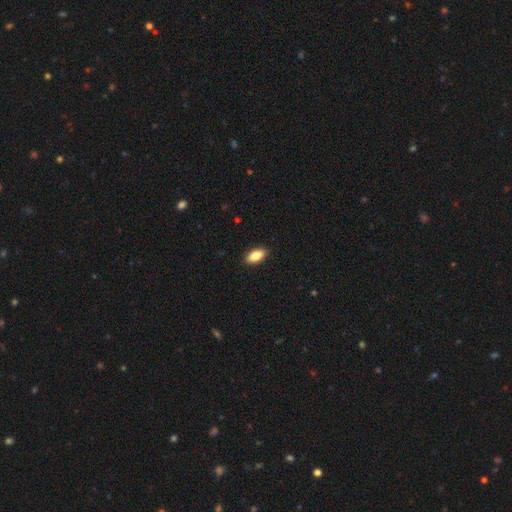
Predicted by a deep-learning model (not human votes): A smooth galaxy with no disk features (86%) that is in between round and cigar-shaped (91%). Merging: none (90%).